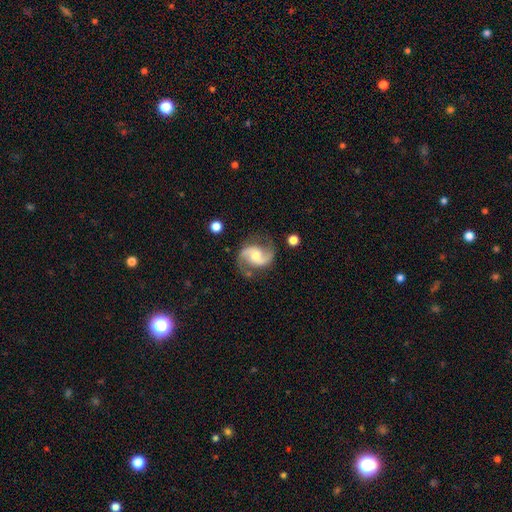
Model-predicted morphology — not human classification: Smooth or featured? Predicted: featured or disk (p=0.89). Edge-on disk? Predicted: no (p=0.98). Bar? Predicted: no (p=0.53). Spiral arms? Predicted: yes (p=0.97). Spiral winding? Predicted: medium (p=0.49). Spiral arm count? Predicted: 2 (p=0.94). Bulge size? Predicted: moderate (p=0.55). Merging? Predicted: none (p=0.78).